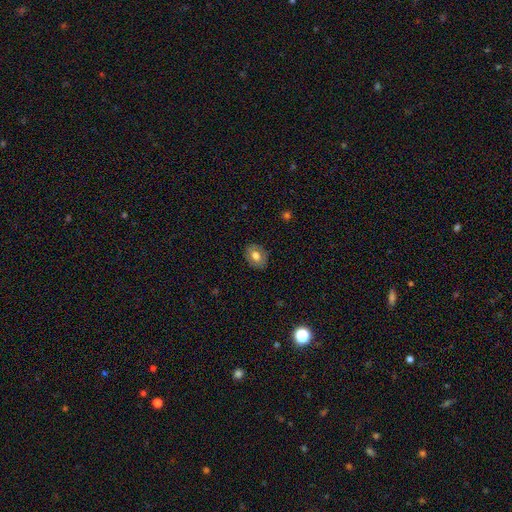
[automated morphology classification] A smooth galaxy with no disk features (71%) that is in between round and cigar-shaped (59%). Merging: none (86%).